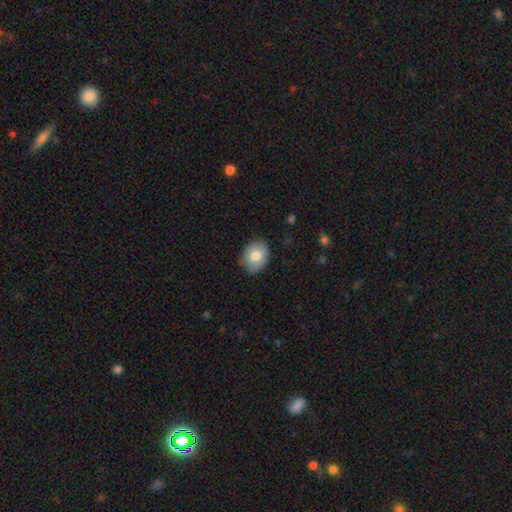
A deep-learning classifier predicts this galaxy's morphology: type=smooth (75%); roundness=in between (70%); merging=none (79%).